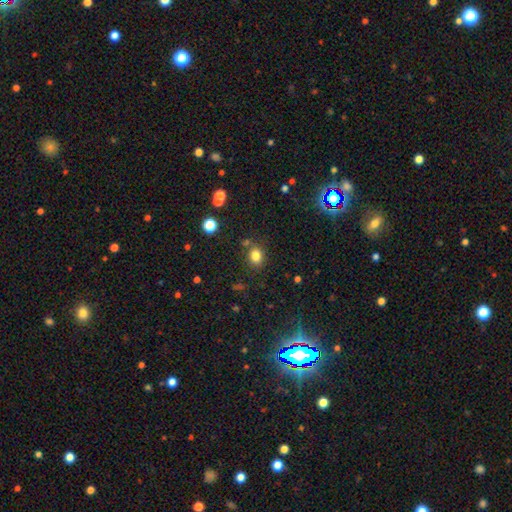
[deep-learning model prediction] smooth-or-featured: smooth: 81% | star or artifact: 13% | featured or disk: 6%
  how-rounded: round: 54% | in between: 45% | cigar-shaped: 1%
  merging: none: 77% | minor disturbance: 12% | merger: 7% | major disturbance: 4%